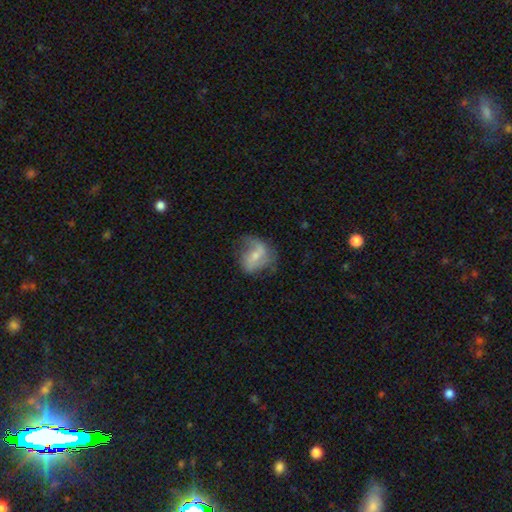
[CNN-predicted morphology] The model was most divided on "bar": weak: 43%, no: 36%, strong: 21%. More confident: edge-on disk — no (97%); spiral arms — yes (82%); spiral arm count — 2 (67%); smooth or featured — featured or disk (63%); spiral winding — loose (55%); bulge size — small (52%); merging — none (50%).